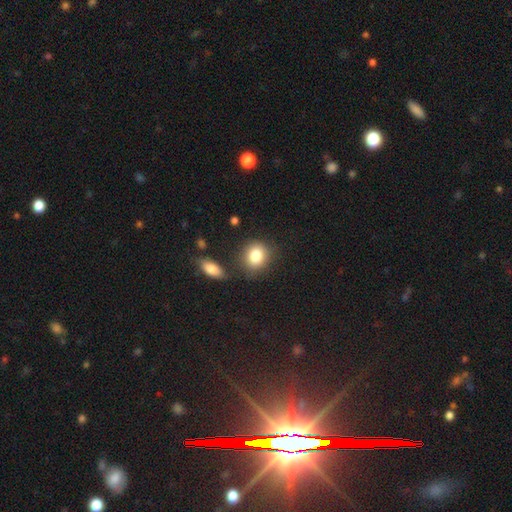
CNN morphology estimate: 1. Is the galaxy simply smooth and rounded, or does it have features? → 82% smooth, 9% star or artifact, 8% featured or disk.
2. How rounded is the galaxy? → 71% round, 28% in between, 1% cigar-shaped.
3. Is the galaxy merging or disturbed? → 76% none, 12% minor disturbance, 8% merger, 4% major disturbance.